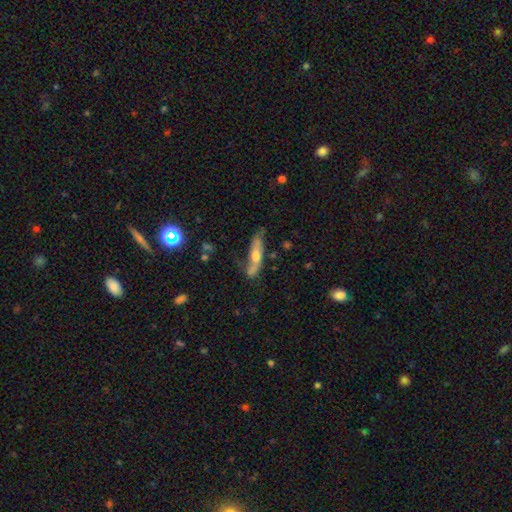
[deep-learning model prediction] A featured or disk galaxy (50%).

Vote fractions:
- Smooth or featured? featured or disk: 50% / smooth: 43% / star or artifact: 8%
- Merging? none: 52% / minor disturbance: 27% / major disturbance: 12% / merger: 9%